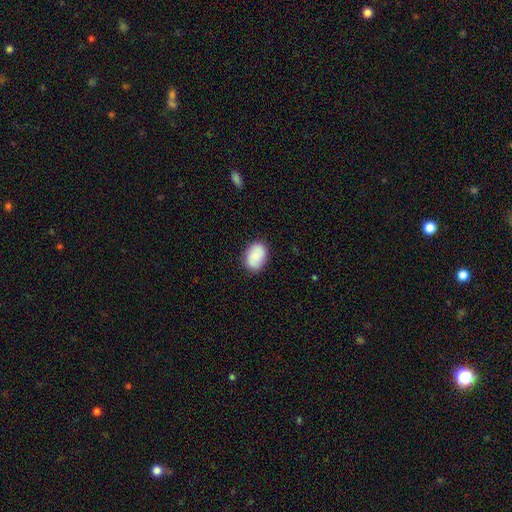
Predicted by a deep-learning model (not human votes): Smooth or featured? Predicted: smooth (p=0.78). How rounded? Predicted: in between (p=0.77). Merging? Predicted: none (p=0.84).